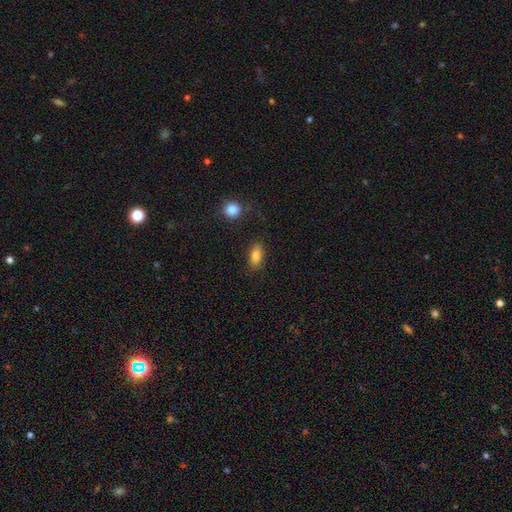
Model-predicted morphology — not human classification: smooth-or-featured: smooth: 85% | star or artifact: 9% | featured or disk: 7%
  how-rounded: in between: 87% | round: 7% | cigar-shaped: 6%
  merging: none: 81% | minor disturbance: 13% | major disturbance: 4% | merger: 2%